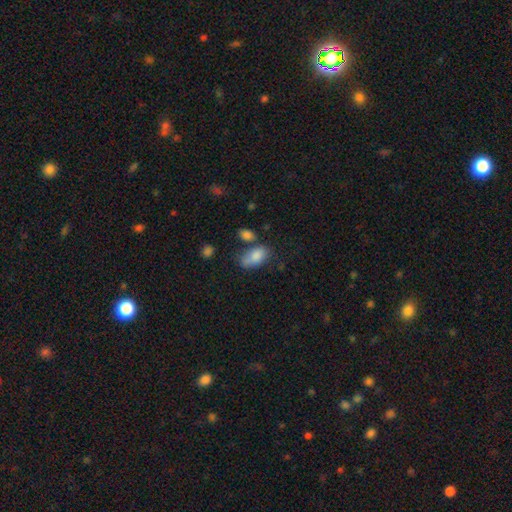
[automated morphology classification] This is clearly a smooth galaxy (83%). How rounded: clearly in between (92%). Merging: possibly none (46%).